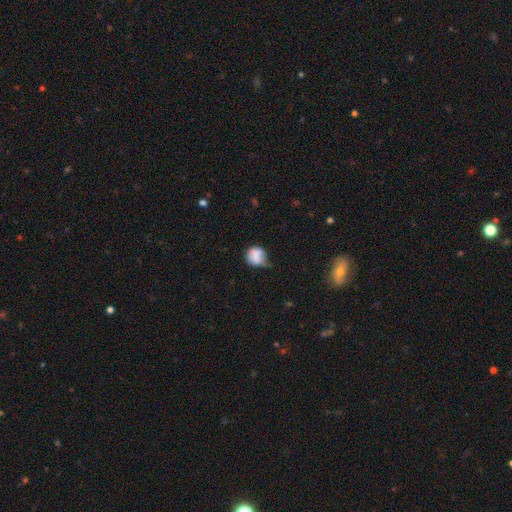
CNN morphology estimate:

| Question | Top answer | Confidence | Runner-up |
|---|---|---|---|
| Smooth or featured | smooth | 76% | featured or disk (14%) |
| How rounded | round | 77% | in between (21%) |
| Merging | minor disturbance | 40% | none (39%) |